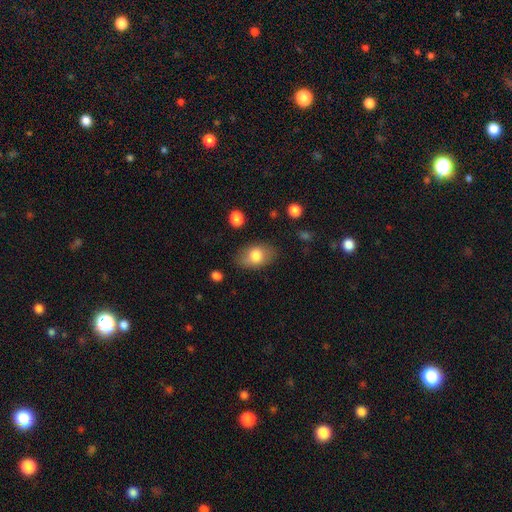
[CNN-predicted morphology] Overall: smooth (77%). How rounded: in between (85%). Merging: none (78%).